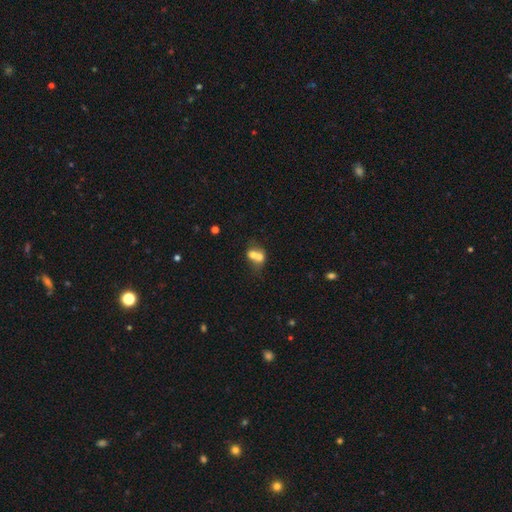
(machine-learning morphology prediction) This appears to be a smooth galaxy with no disk features (64%) that is round (56%). Merging: merger (72%).